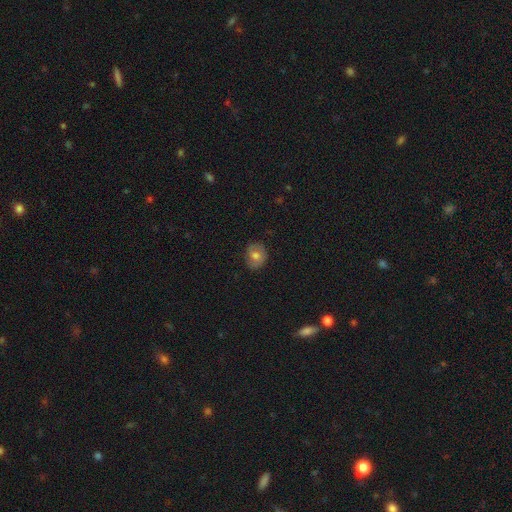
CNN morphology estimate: smooth 71%, featured or disk 20%, star or artifact 9%. Down the decision tree: how rounded — round (55%); merging — none (78%).